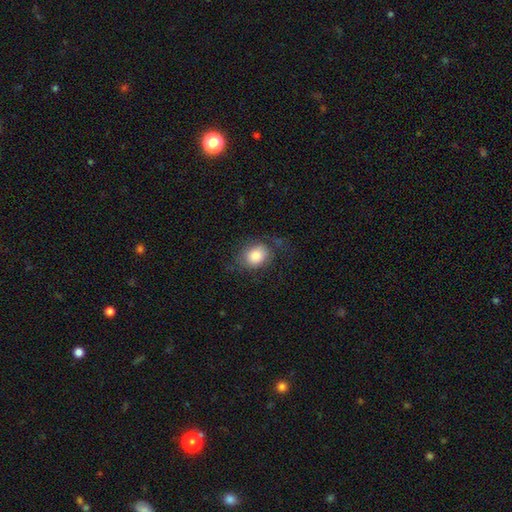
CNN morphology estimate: This appears to be a smooth galaxy with no disk features (80%) that is in between round and cigar-shaped (56%). Merging: none (62%).